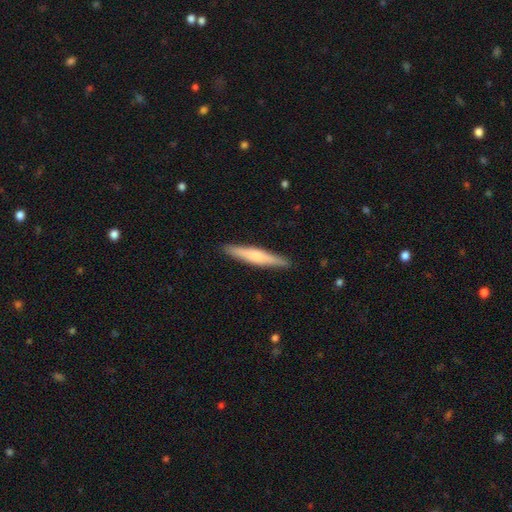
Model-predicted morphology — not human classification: This appears to be a smooth galaxy with no disk features (49%). Merging: none (91%).